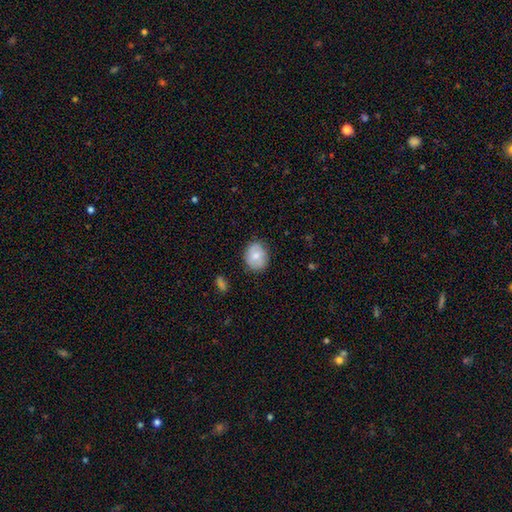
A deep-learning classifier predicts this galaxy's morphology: Smooth or featured: smooth — 73% (featured or disk — 20%)
How rounded: round — 56% (in between — 43%)
Merging: none — 78% (minor disturbance — 17%)